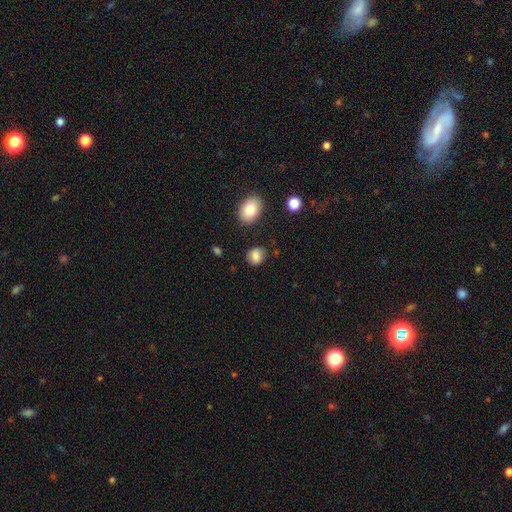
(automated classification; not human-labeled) A smooth galaxy with no disk features (83%) that is round (59%). Merging: none (80%).